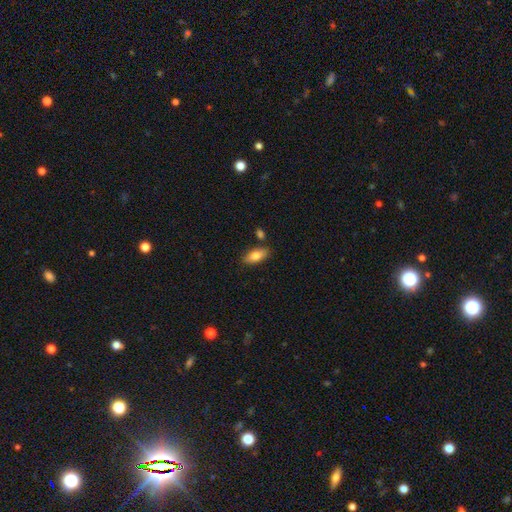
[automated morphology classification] Smooth or featured? smooth (80%)
How rounded? in between (86%)
Merging? none (80%)